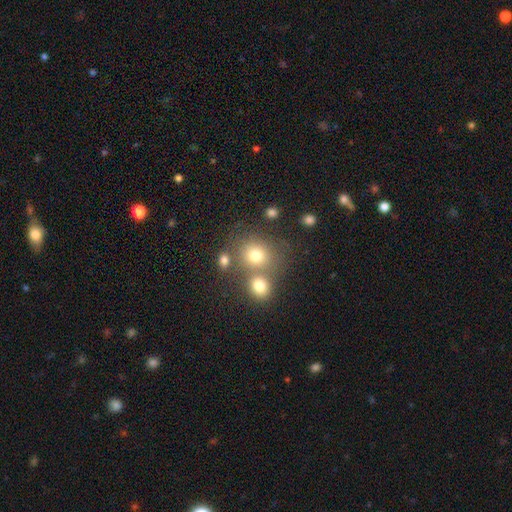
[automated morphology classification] Smooth or featured: smooth — 75% (star or artifact — 15%)
How rounded: round — 81% (in between — 18%)
Merging: none — 55% (merger — 32%)